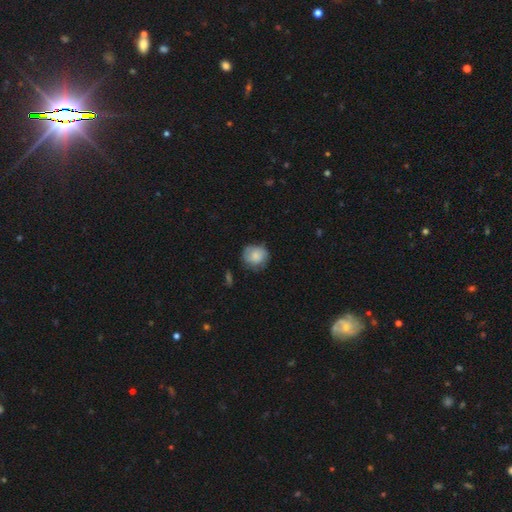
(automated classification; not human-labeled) This appears to be a smooth galaxy with no disk features (79%) that is round (83%). Merging: none (66%).